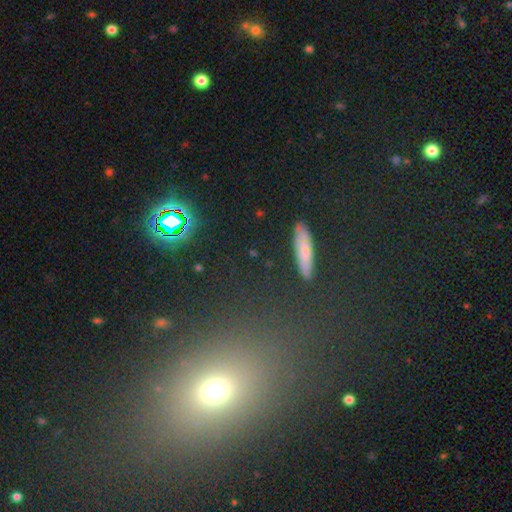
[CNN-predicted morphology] Overall: smooth (44%; star or artifact 34%). Merging: none (87%).